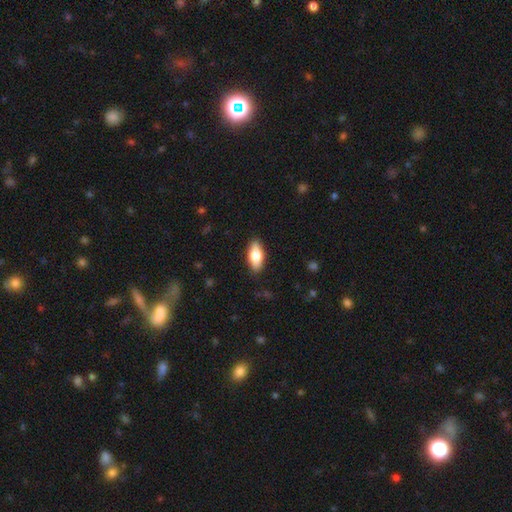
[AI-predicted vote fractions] A smooth galaxy with no disk features (75%) that is in between round and cigar-shaped (84%).

Vote fractions:
- Smooth or featured? smooth: 75% / featured or disk: 19% / star or artifact: 6%
- How rounded? in between: 84% / cigar-shaped: 13% / round: 3%
- Merging? none: 88% / minor disturbance: 9% / major disturbance: 2% / merger: 1%